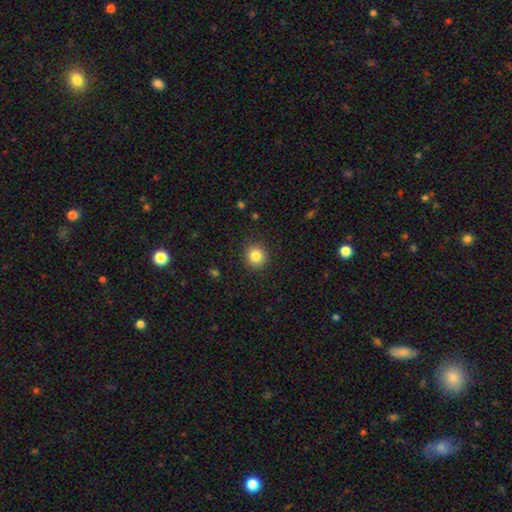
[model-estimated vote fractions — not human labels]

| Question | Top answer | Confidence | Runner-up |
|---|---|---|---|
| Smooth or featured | smooth | 84% | star or artifact (11%) |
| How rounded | round | 91% | in between (8%) |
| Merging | none | 90% | minor disturbance (7%) |